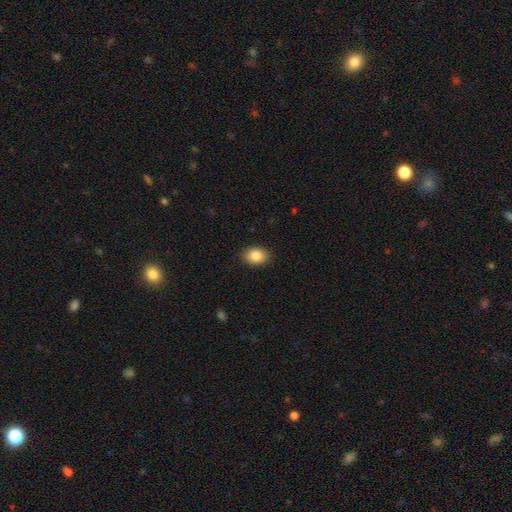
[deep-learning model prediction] Morphology: type=smooth (85%); roundness=in between (74%); merging=none (89%).